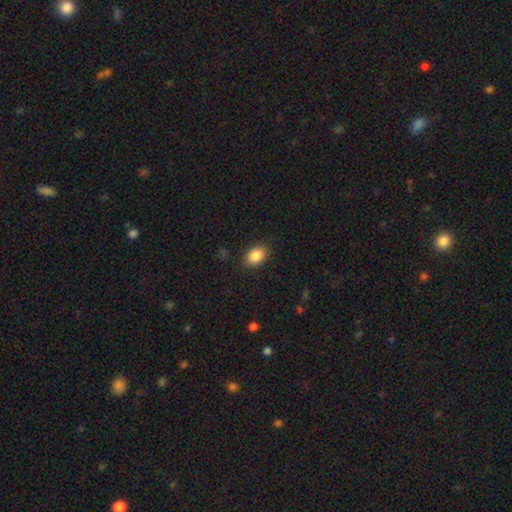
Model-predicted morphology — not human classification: smooth_or_featured: smooth (p=0.87) [alt: star or artifact p=0.08]
how_rounded: in between (p=0.82) [alt: round p=0.17]
merging: none (p=0.87) [alt: minor disturbance p=0.09]